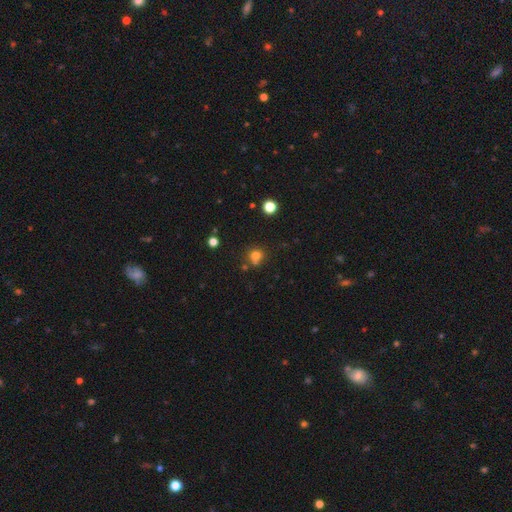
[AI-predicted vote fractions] The model was most divided on "merging": none: 60%, merger: 21%, minor disturbance: 14%, major disturbance: 6%. More confident: how rounded — round (84%); smooth or featured — smooth (76%).